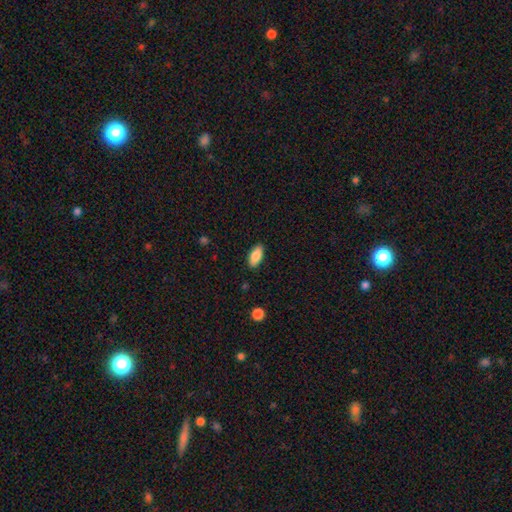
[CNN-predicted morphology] Smooth or featured? Predicted: smooth (p=0.85). How rounded? Predicted: in between (p=0.88). Merging? Predicted: none (p=0.88).